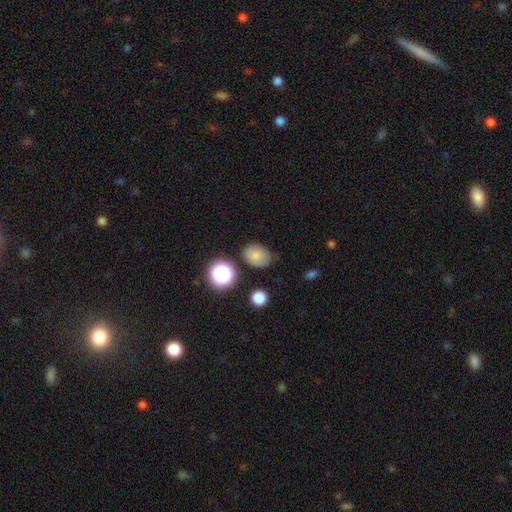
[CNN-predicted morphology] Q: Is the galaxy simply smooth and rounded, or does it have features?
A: smooth — 76%.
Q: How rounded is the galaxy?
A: in between — 63%.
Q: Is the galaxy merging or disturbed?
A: none — 73%.